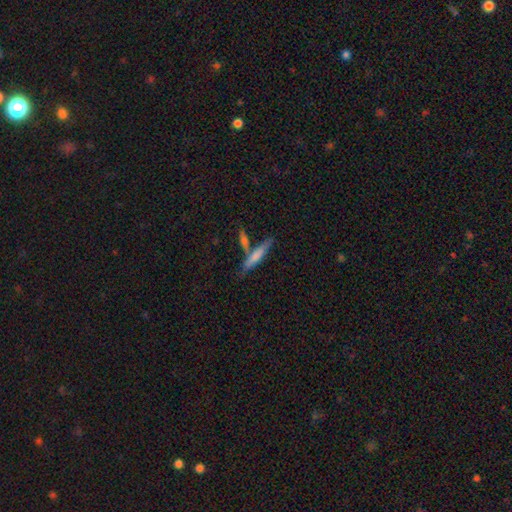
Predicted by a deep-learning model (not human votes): A smooth galaxy with no disk features (64%) that is cigar-shaped (86%).

Vote fractions:
- Smooth or featured? smooth: 64% / featured or disk: 29% / star or artifact: 6%
- How rounded? cigar-shaped: 86% / in between: 12% / round: 2%
- Merging? none: 60% / merger: 24% / minor disturbance: 13% / major disturbance: 4%